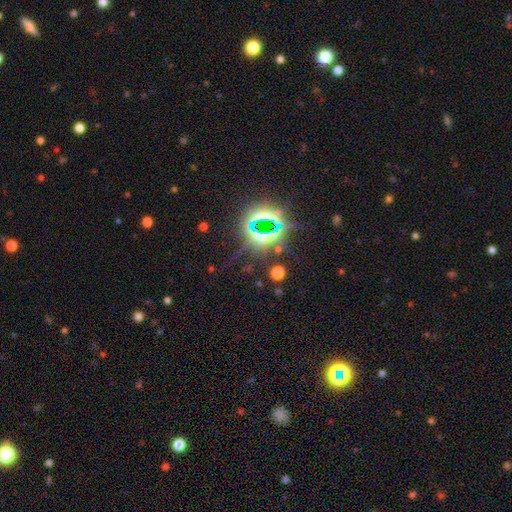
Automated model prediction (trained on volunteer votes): Overall: star or artifact (80%).